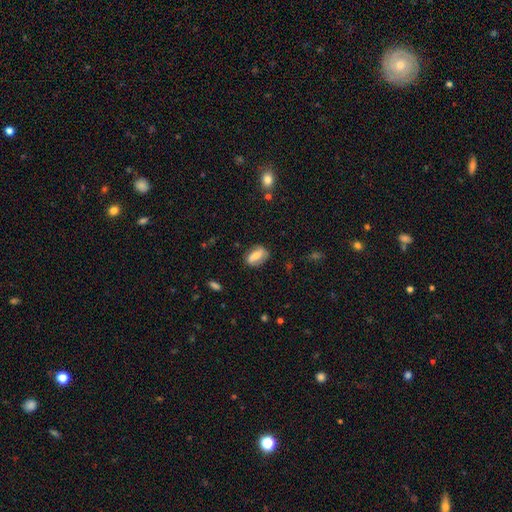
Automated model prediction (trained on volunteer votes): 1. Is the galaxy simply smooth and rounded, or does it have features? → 55% smooth, 37% featured or disk, 8% star or artifact.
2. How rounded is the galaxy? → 83% in between, 10% round, 7% cigar-shaped.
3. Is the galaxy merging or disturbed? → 76% none, 17% minor disturbance, 5% major disturbance, 2% merger.